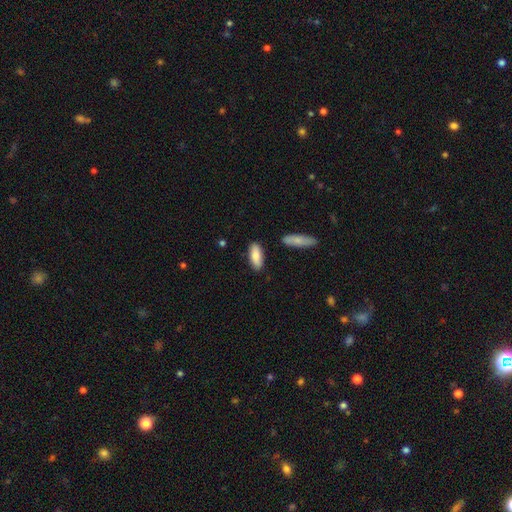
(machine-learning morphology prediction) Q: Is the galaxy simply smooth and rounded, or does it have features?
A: smooth — 84%.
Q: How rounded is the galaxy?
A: in between — 77%.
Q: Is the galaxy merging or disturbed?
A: none — 84%.